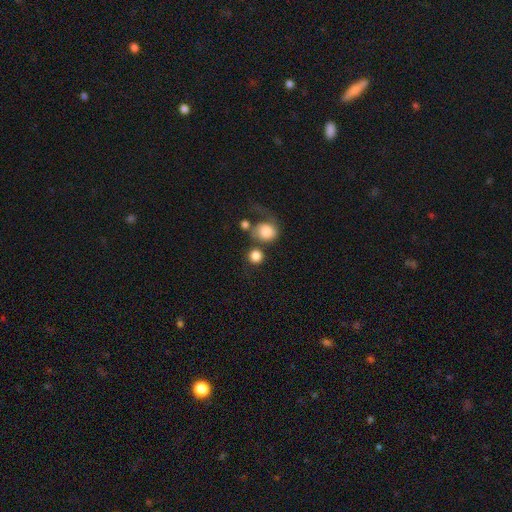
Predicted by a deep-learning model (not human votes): Q: Smooth or featured?
A: smooth (84%); runner-up: star or artifact (9%)
Q: How rounded?
A: round (88%); runner-up: in between (11%)
Q: Merging?
A: none (56%); runner-up: merger (25%)